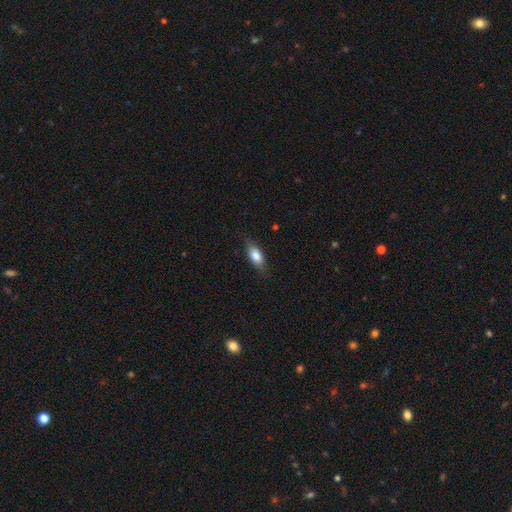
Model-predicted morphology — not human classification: A smooth galaxy with no disk features (76%) that is in between round and cigar-shaped (76%).

Vote fractions:
- Smooth or featured? smooth: 76% / featured or disk: 17% / star or artifact: 7%
- How rounded? in between: 76% / cigar-shaped: 20% / round: 3%
- Merging? none: 80% / minor disturbance: 15% / major disturbance: 3% / merger: 1%